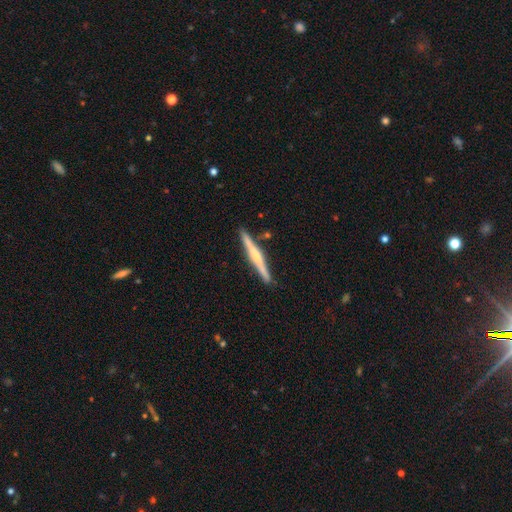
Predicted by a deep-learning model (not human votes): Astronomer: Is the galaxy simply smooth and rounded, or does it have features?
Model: featured or disk — 66%.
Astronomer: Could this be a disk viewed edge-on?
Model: yes — 98%.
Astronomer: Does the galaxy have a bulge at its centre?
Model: rounded — 67%.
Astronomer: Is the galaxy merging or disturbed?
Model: none — 88%.